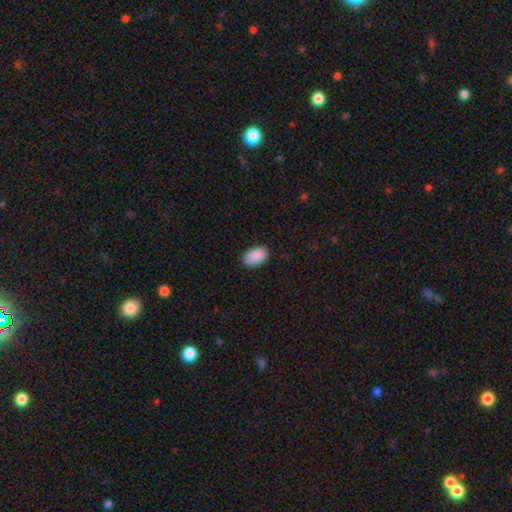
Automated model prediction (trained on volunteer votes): Morphology: type=smooth (90%); roundness=in between (90%); merging=none (87%).